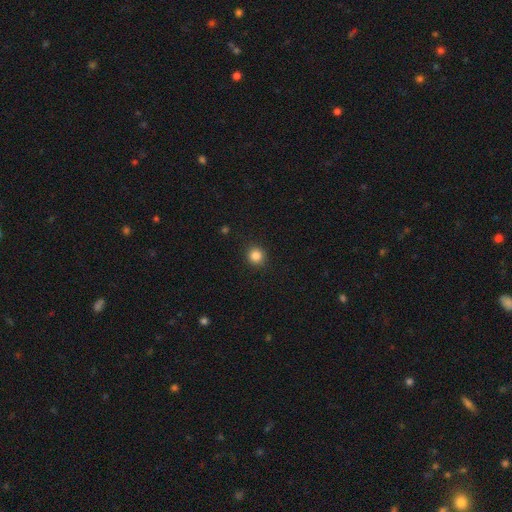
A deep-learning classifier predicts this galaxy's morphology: A smooth galaxy with no disk features (84%) that is round (93%).

Vote fractions:
- Smooth or featured? smooth: 84% / star or artifact: 12% / featured or disk: 4%
- How rounded? round: 93% / in between: 6% / cigar-shaped: 1%
- Merging? none: 91% / minor disturbance: 5% / major disturbance: 2% / merger: 1%